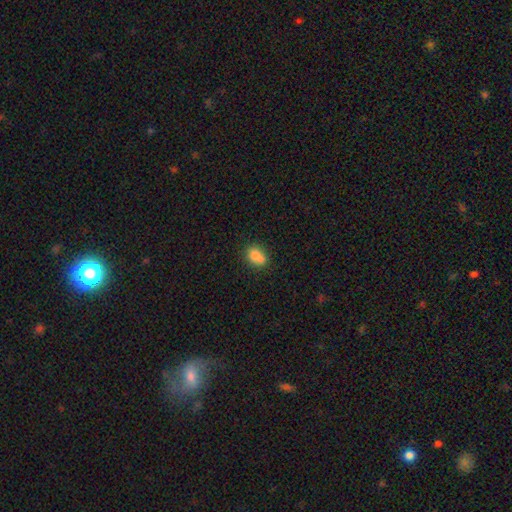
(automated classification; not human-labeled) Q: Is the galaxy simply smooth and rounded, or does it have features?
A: smooth — 77%.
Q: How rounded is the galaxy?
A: in between — 54%.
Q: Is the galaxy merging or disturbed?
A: none — 43%.